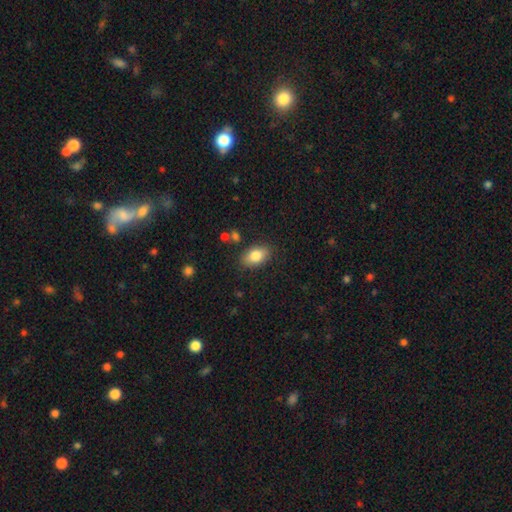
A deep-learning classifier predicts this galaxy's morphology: type=smooth (82%); roundness=in between (88%); merging=none (82%).